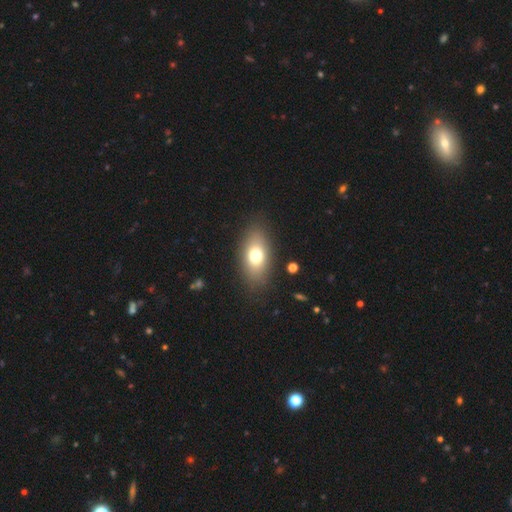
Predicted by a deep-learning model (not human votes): Smooth or featured? smooth (73%)
How rounded? in between (87%)
Merging? none (85%)